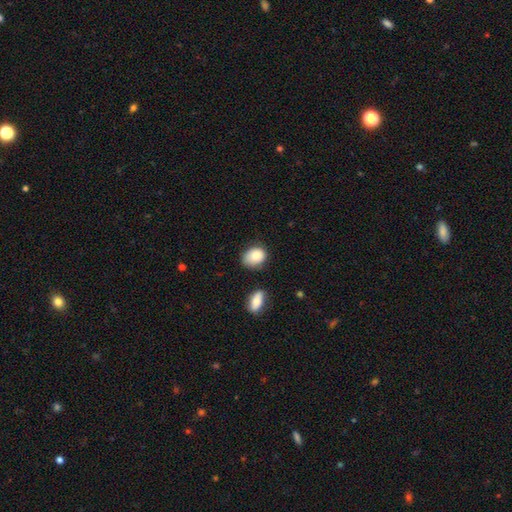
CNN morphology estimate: Smooth or featured: smooth — 84% (featured or disk — 8%)
How rounded: in between — 57% (round — 42%)
Merging: none — 60% (minor disturbance — 28%)